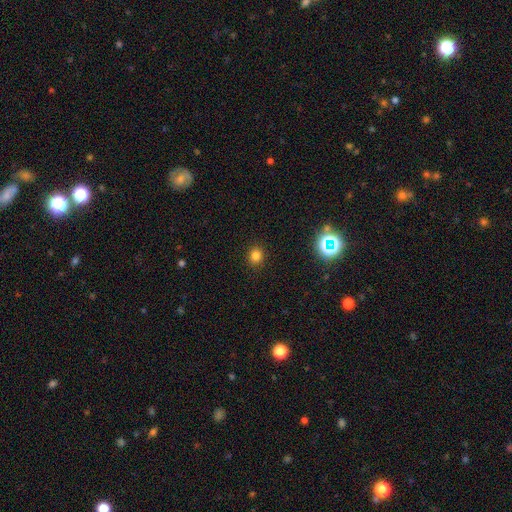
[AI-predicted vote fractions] This is likely a smooth galaxy (79%). How rounded: likely round (78%). Merging: clearly none (90%).